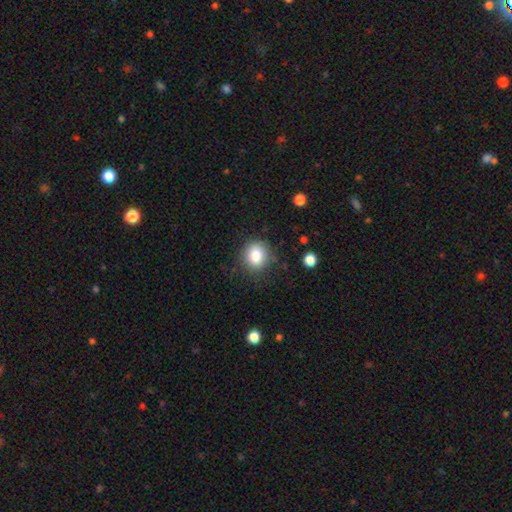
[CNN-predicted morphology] smooth_or_featured: smooth (p=0.84) [alt: star or artifact p=0.10]
how_rounded: round (p=0.76) [alt: in between p=0.23]
merging: none (p=0.82) [alt: minor disturbance p=0.12]